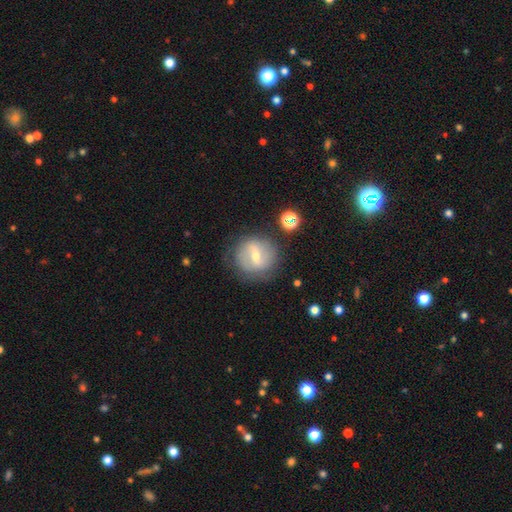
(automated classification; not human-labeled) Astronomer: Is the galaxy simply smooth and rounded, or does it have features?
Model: featured or disk — 59%.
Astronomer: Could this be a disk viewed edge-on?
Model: no — 93%.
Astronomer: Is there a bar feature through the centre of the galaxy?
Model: weak — 46% (runner-up: strong, 39%).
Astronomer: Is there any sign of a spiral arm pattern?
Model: yes — 53% (runner-up: no, 47%).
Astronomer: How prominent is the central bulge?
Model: moderate — 50% (runner-up: small, 46%).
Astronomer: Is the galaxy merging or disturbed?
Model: none — 75%.